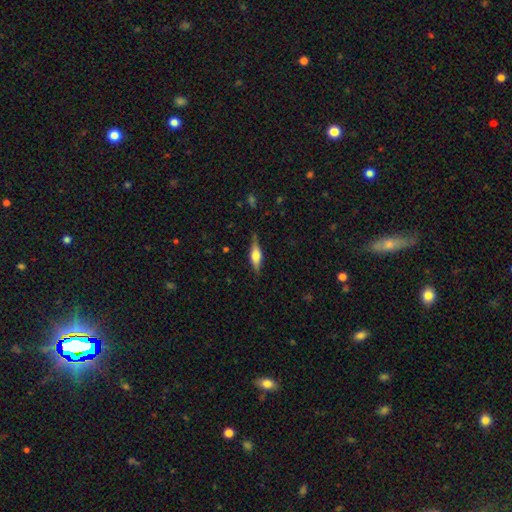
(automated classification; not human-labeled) smooth_or_featured: featured or disk (p=0.49) [alt: smooth p=0.44]
merging: none (p=0.82) [alt: minor disturbance p=0.14]